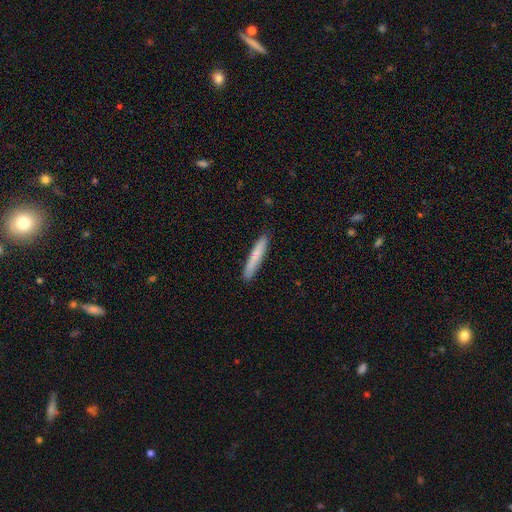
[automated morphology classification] Smooth or featured? Predicted: smooth (p=0.78). How rounded? Predicted: cigar-shaped (p=0.95). Merging? Predicted: none (p=0.90).